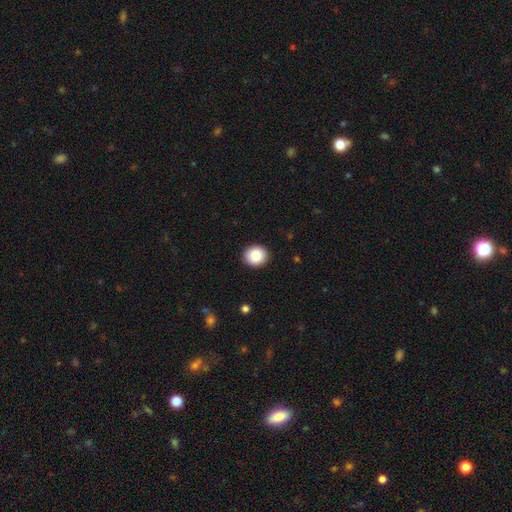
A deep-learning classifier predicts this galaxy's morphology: Smooth or featured? Predicted: smooth (p=0.87). How rounded? Predicted: round (p=0.79). Merging? Predicted: none (p=0.91).